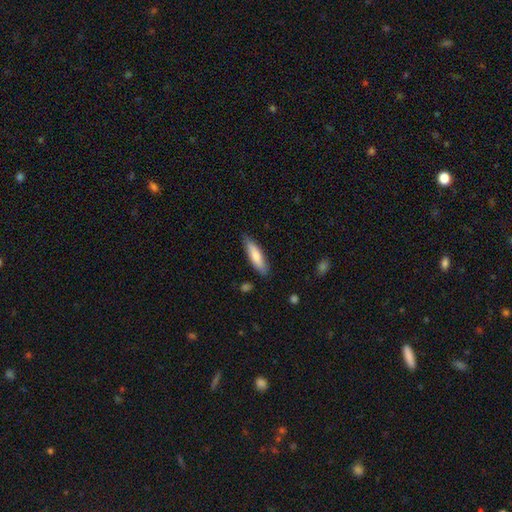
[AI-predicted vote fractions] smooth-or-featured: smooth: 78% | featured or disk: 17% | star or artifact: 5%
  how-rounded: cigar-shaped: 64% | in between: 35% | round: 1%
  merging: none: 83% | minor disturbance: 14% | major disturbance: 2% | merger: 1%